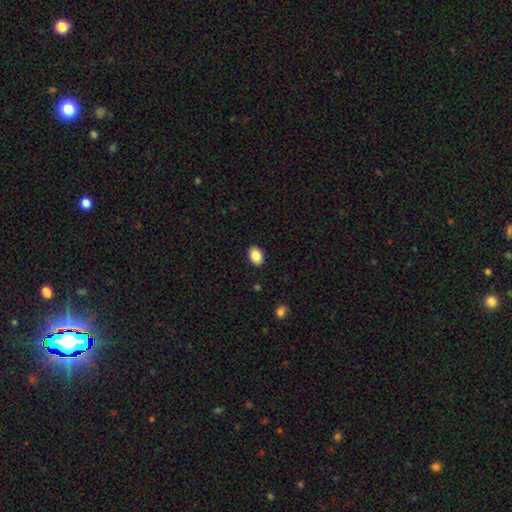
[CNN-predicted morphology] This is clearly a smooth galaxy (88%). How rounded: clearly in between (81%). Merging: clearly none (90%).